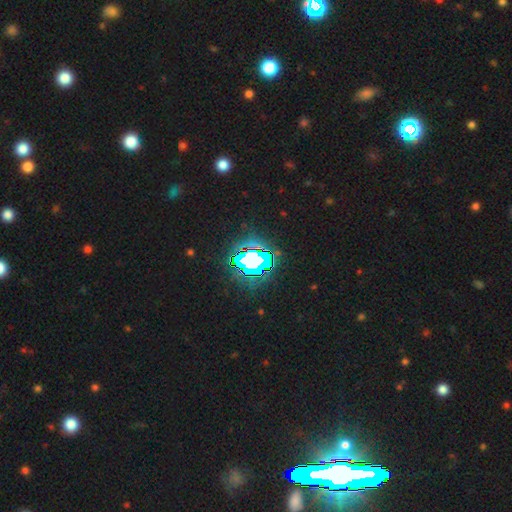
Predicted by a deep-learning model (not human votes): Overall: star or artifact (72%).